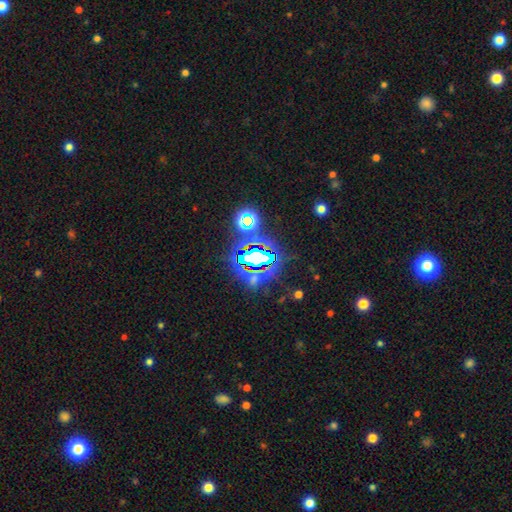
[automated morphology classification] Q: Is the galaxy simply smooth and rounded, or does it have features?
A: star or artifact — 77%.